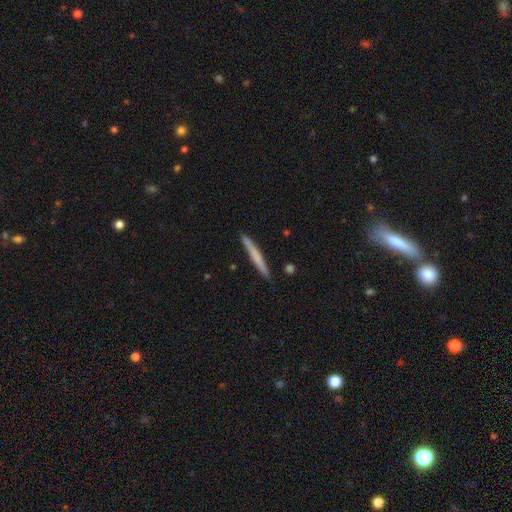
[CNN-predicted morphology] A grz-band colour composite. It shows a smooth galaxy with no disk features (62%) that is cigar-shaped (97%). Merging: none (90%).